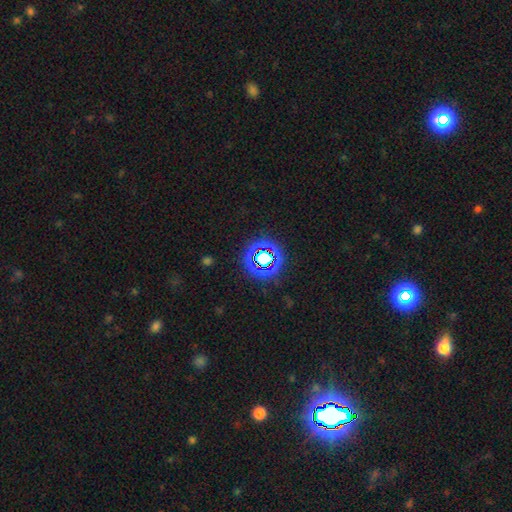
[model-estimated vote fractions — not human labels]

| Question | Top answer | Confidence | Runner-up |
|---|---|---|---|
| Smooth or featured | star or artifact | 71% | smooth (19%) |